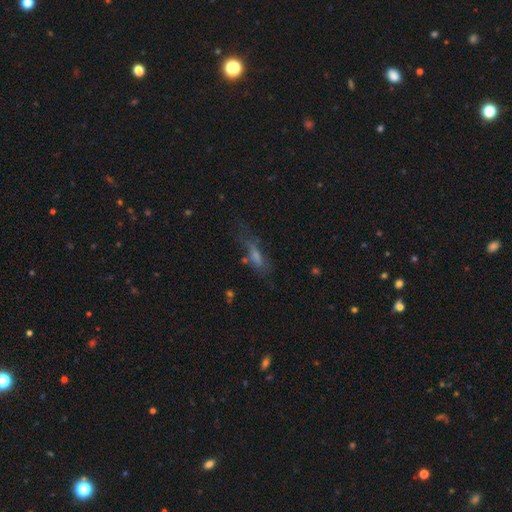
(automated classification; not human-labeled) smooth_or_featured: smooth (p=0.45) [alt: featured or disk p=0.34]
merging: none (p=0.54) [alt: minor disturbance p=0.22]